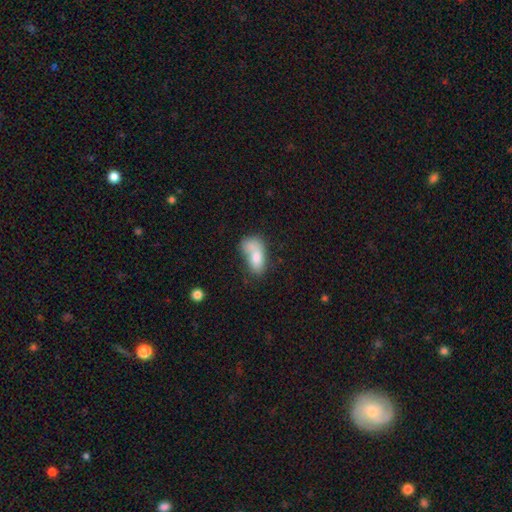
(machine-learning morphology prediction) This is likely a smooth galaxy (74%). How rounded: clearly in between (86%). Merging: possibly merger (53%).